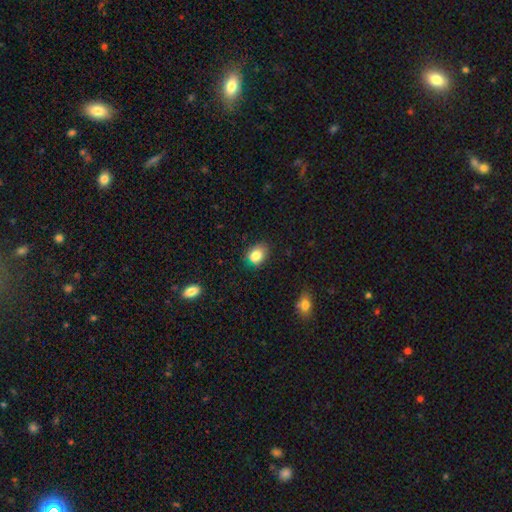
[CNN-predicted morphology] Smooth or featured?
  - smooth: 83% *
  - star or artifact: 10%
  - featured or disk: 7%
How rounded?
  - in between: 59% *
  - round: 40%
  - cigar-shaped: 1%
Merging?
  - none: 75% *
  - minor disturbance: 19%
  - major disturbance: 4%
  - merger: 2%